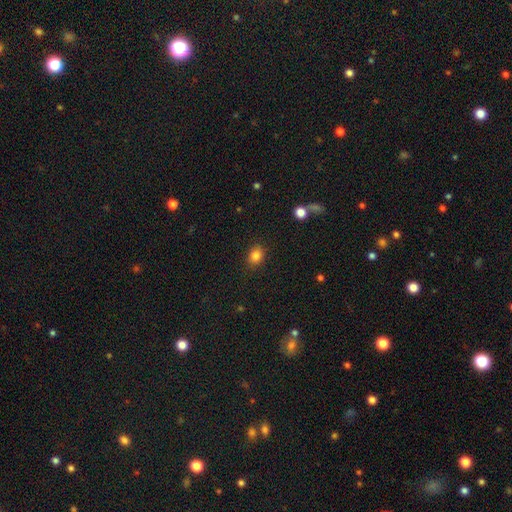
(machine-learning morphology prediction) Smooth or featured? Predicted: smooth (p=0.84). How rounded? Predicted: in between (p=0.51). Merging? Predicted: none (p=0.87).